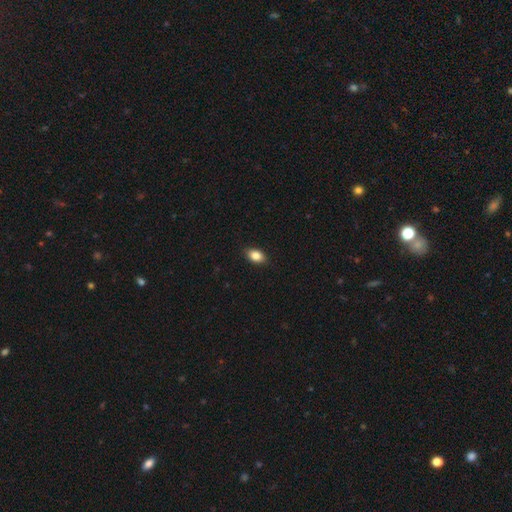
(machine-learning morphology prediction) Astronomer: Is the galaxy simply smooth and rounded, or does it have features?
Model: smooth — 85%.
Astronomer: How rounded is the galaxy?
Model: in between — 87%.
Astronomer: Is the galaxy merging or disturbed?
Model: none — 88%.